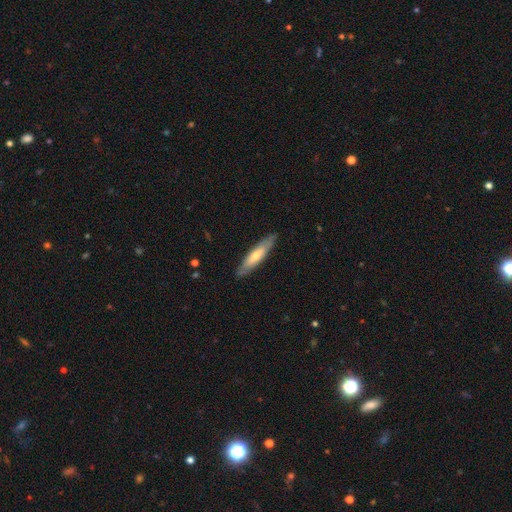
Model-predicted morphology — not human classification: Smooth or featured? Predicted: smooth (p=0.52). How rounded? Predicted: cigar-shaped (p=0.79). Merging? Predicted: none (p=0.84).